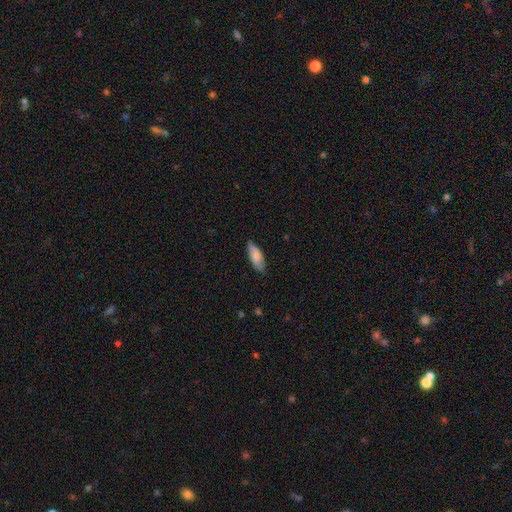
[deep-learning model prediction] smooth_or_featured: smooth (p=0.80) [alt: featured or disk p=0.14]
how_rounded: in between (p=0.73) [alt: cigar-shaped p=0.25]
merging: none (p=0.79) [alt: minor disturbance p=0.17]